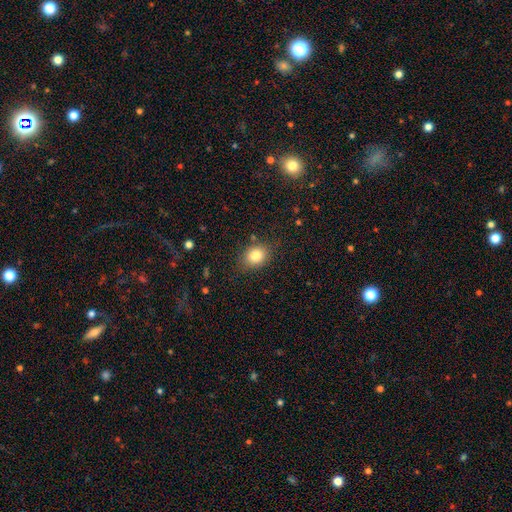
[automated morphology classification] A smooth galaxy with no disk features (81%) that is round (50%).

Vote fractions:
- Smooth or featured? smooth: 81% / star or artifact: 10% / featured or disk: 8%
- How rounded? round: 50% / in between: 49% / cigar-shaped: 1%
- Merging? none: 81% / minor disturbance: 13% / major disturbance: 4% / merger: 2%